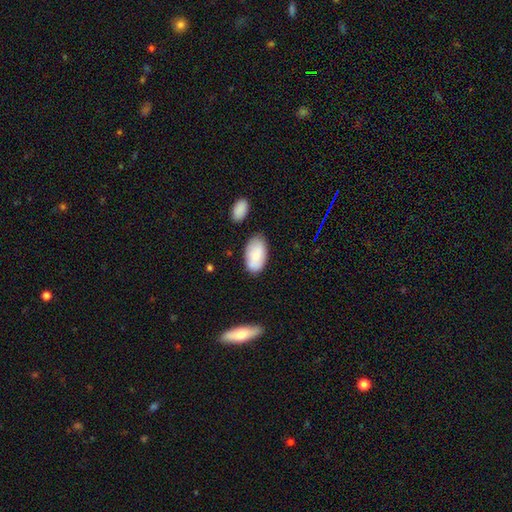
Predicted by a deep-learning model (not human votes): The model was most divided on "merging": none: 73%, minor disturbance: 19%, merger: 4%, major disturbance: 4%. More confident: how rounded — in between (95%); smooth or featured — smooth (78%).